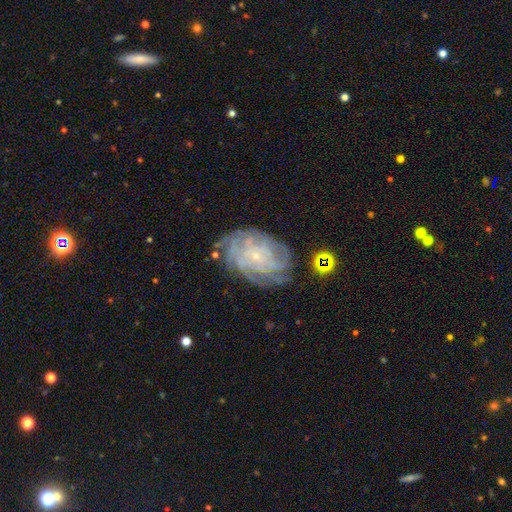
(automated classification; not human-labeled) This appears to be a featured or disk galaxy (80%) with no bar (79%), tight (75%) spiral arms (93%) and a small central bulge (86%). Merging: none (72%).